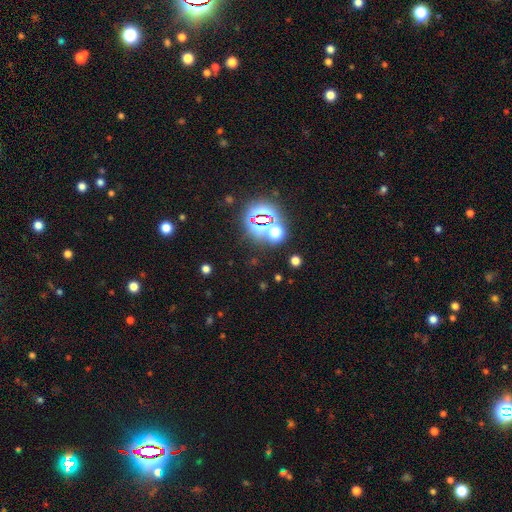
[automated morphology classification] Smooth or featured? Predicted: star or artifact (p=0.79).